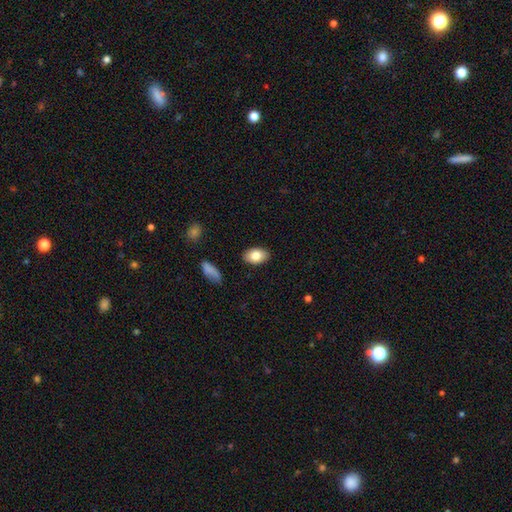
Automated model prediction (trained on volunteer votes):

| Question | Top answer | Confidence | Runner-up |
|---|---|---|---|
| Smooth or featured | smooth | 81% | featured or disk (12%) |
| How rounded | in between | 89% | round (9%) |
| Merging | none | 88% | minor disturbance (9%) |